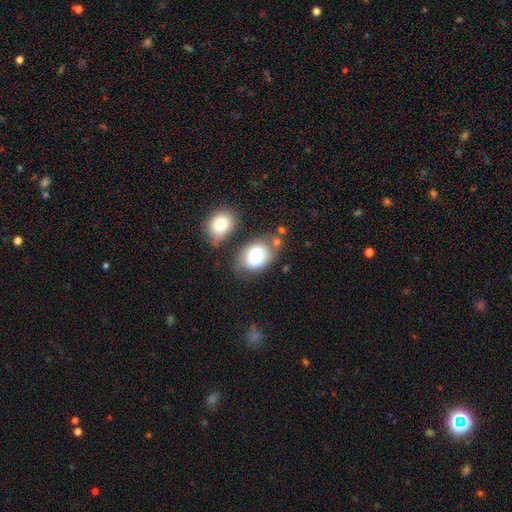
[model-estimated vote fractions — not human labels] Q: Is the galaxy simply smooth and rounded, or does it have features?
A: smooth — 72%.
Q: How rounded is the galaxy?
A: in between — 79%.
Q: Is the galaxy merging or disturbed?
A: none — 47%.